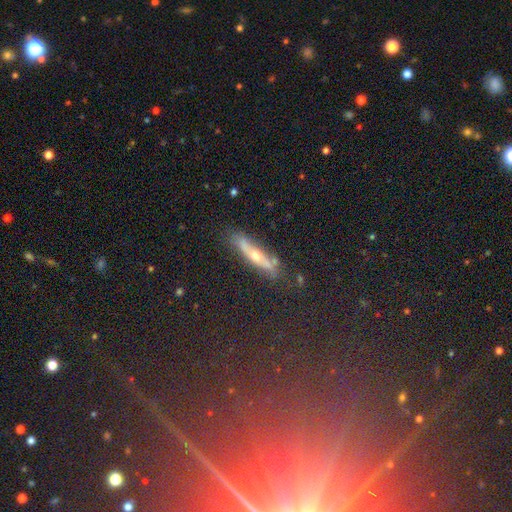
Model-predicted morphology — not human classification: The model was most divided on "smooth or featured": featured or disk: 45%, smooth: 32%, star or artifact: 23%. More confident: merging — none (79%).